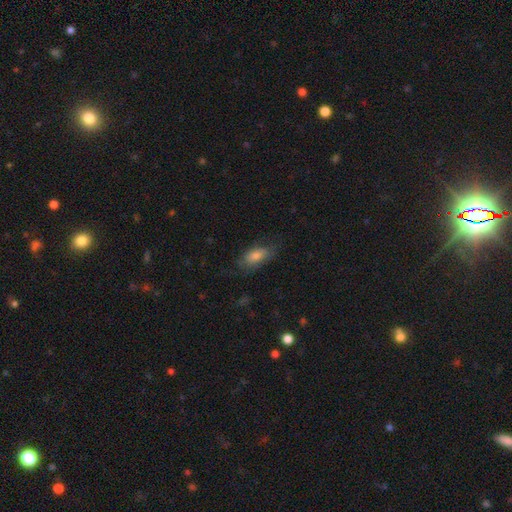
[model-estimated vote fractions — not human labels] The model was most divided on "merging": none: 66%, minor disturbance: 23%, major disturbance: 9%, merger: 1%. More confident: how rounded — in between (86%); smooth or featured — smooth (72%).